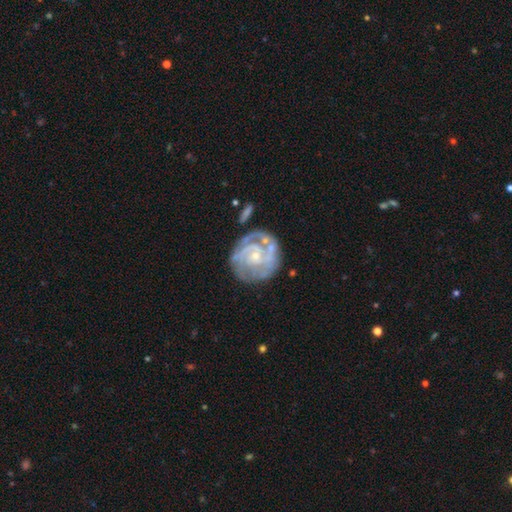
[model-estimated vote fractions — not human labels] Smooth or featured? Predicted: featured or disk (p=0.84). Edge-on disk? Predicted: no (p=0.98). Bar? Predicted: no (p=0.67). Spiral arms? Predicted: yes (p=0.92). Spiral winding? Predicted: tight (p=0.68). Spiral arm count? Predicted: 2 (p=0.35). Bulge size? Predicted: small (p=0.71). Merging? Predicted: none (p=0.68).